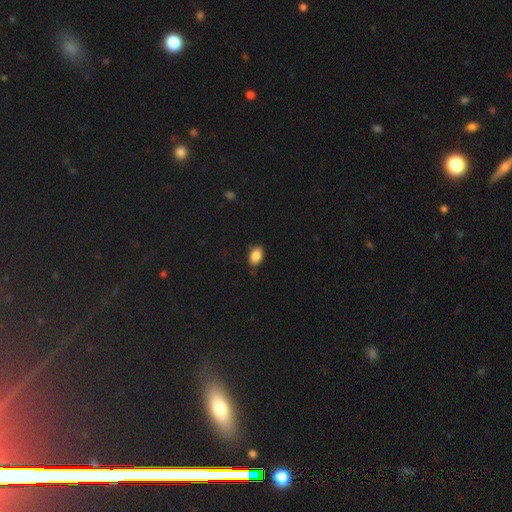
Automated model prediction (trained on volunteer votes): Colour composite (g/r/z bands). It shows a smooth galaxy with no disk features (88%) that is in between round and cigar-shaped (90%). Merging: none (78%).